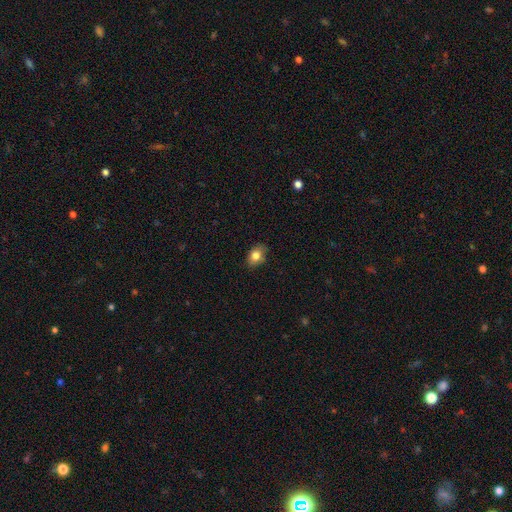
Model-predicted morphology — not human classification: Overall: smooth (80%). How rounded: in between (74%). Merging: none (75%).